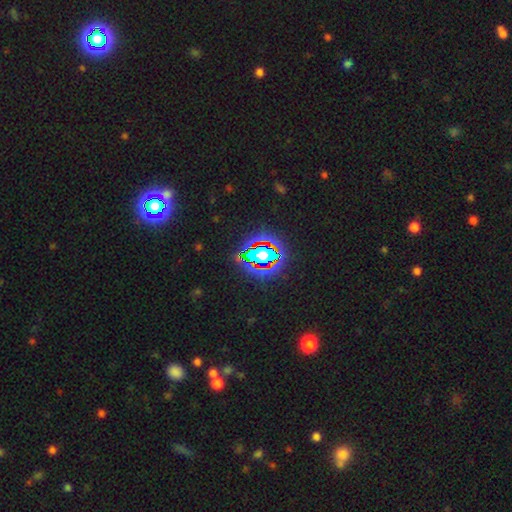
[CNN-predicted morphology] Smooth or featured? star or artifact (78%)